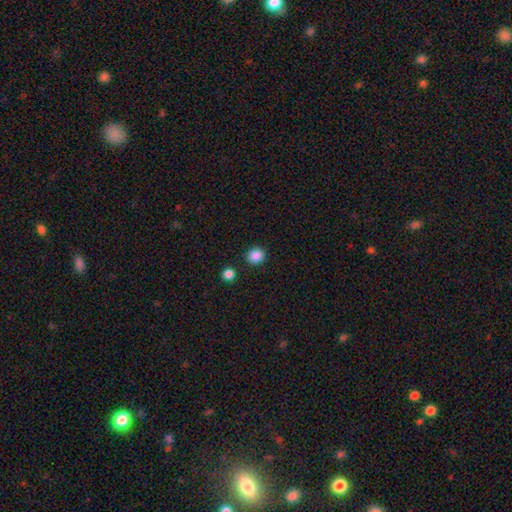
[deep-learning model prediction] smooth 87%, star or artifact 10%, featured or disk 3%. Down the decision tree: how rounded — round (77%); merging — none (88%).